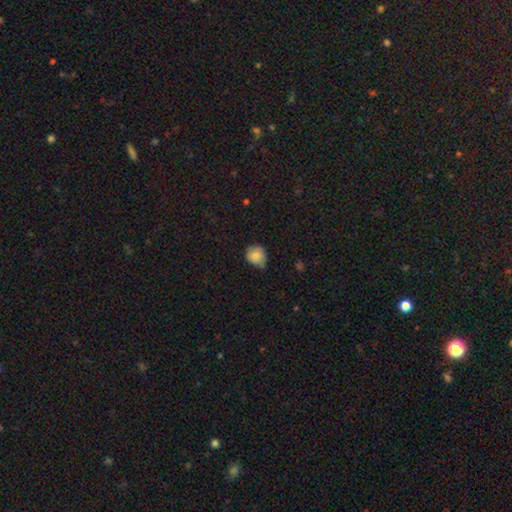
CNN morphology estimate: Overall: smooth (78%). How rounded: round (72%). Merging: none (51%; minor disturbance 41%).